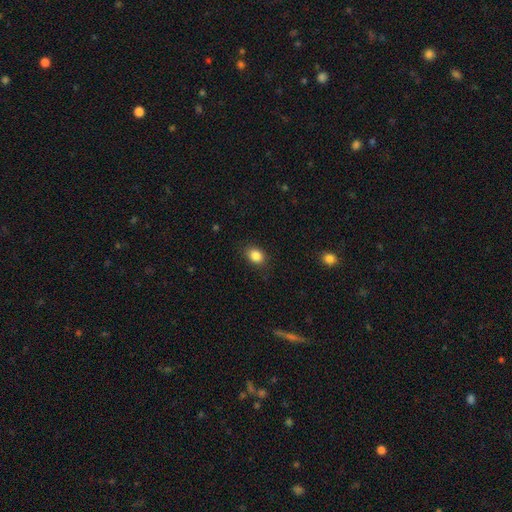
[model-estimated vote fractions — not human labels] smooth 86%, star or artifact 9%, featured or disk 5%. Down the decision tree: how rounded — in between (64%); merging — none (86%).